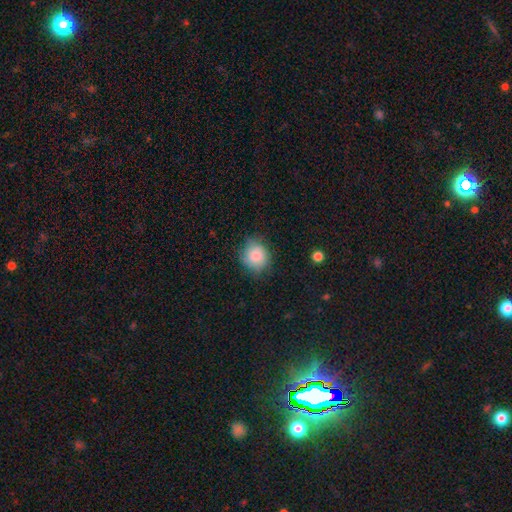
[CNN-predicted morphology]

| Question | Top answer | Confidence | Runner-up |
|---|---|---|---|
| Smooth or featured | smooth | 85% | star or artifact (8%) |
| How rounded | round | 78% | in between (21%) |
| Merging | none | 72% | minor disturbance (22%) |